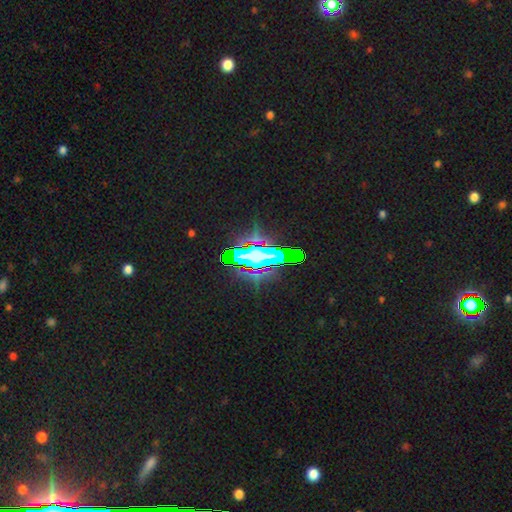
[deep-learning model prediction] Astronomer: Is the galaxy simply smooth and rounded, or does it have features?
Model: star or artifact — 56%.